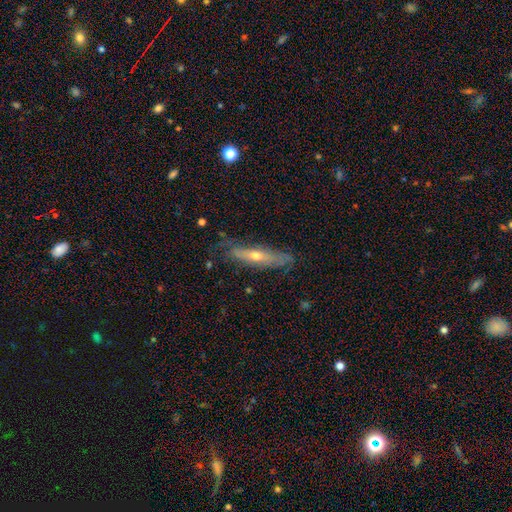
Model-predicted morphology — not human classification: This is likely a featured or disk galaxy (62%). It is likely viewed edge-on (77%). Merging: likely none (73%).